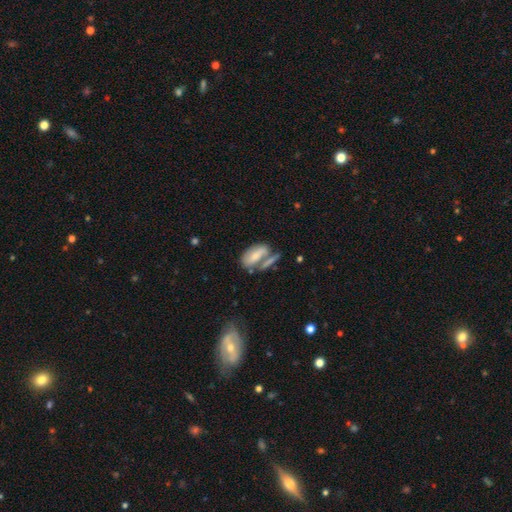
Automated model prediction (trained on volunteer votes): A smooth galaxy with no disk features (57%) that is in between round and cigar-shaped (85%). Merging: none (39%).